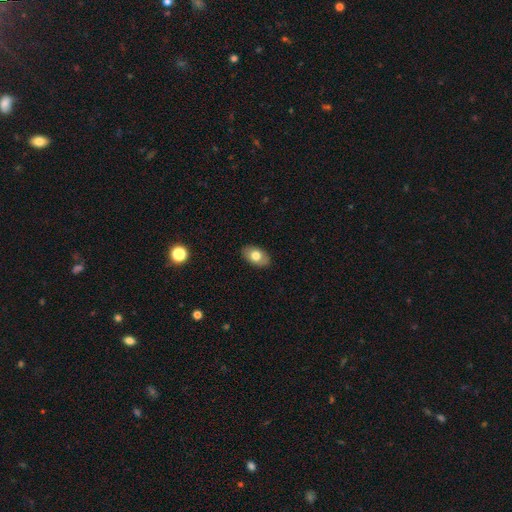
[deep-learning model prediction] This is likely a smooth galaxy (74%). How rounded: clearly in between (91%). Merging: clearly none (88%).